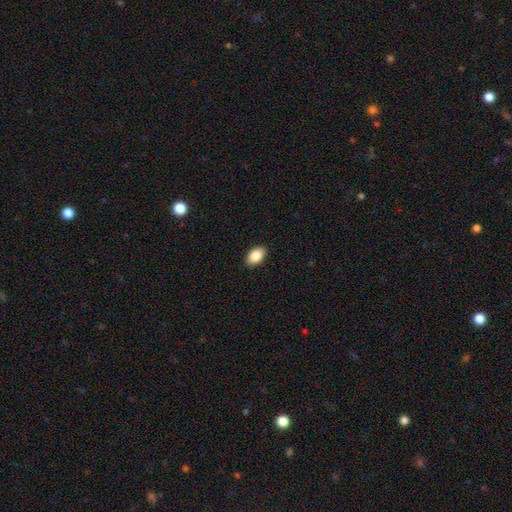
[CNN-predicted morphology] A smooth galaxy with no disk features (87%) that is in between round and cigar-shaped (91%). Merging: none (89%).